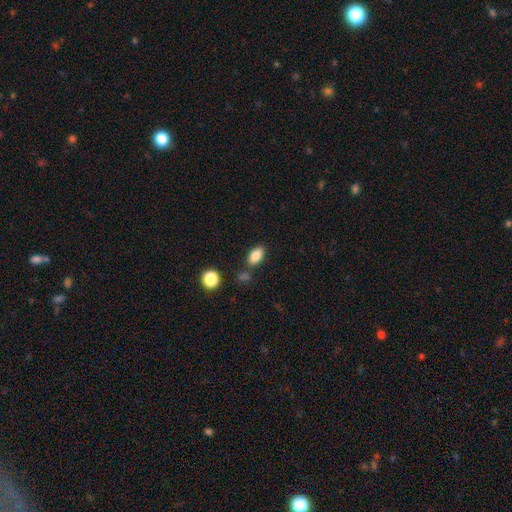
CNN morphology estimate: Smooth or featured? smooth (85%)
How rounded? in between (90%)
Merging? none (77%)